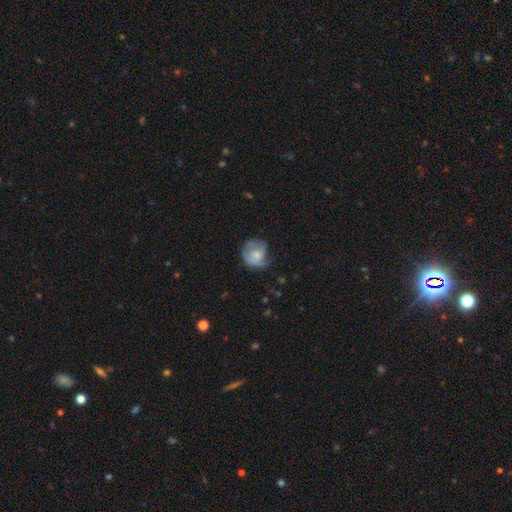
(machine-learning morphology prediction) Overall: smooth (55%; featured or disk 36%). How rounded: round (68%; in between 31%). Merging: none (39%; minor disturbance 32%).